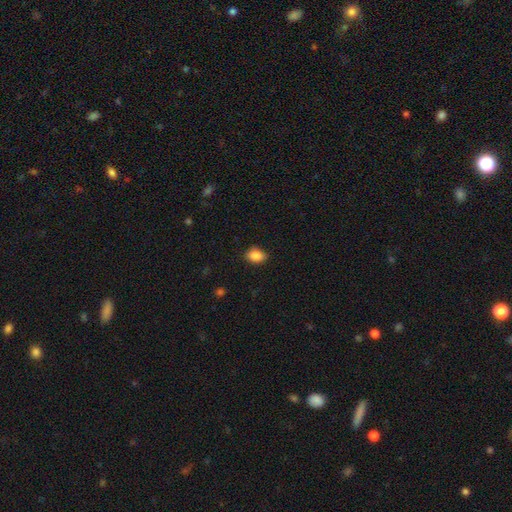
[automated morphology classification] Smooth or featured: smooth — 87% (star or artifact — 8%)
How rounded: in between — 77% (round — 22%)
Merging: none — 82% (minor disturbance — 14%)